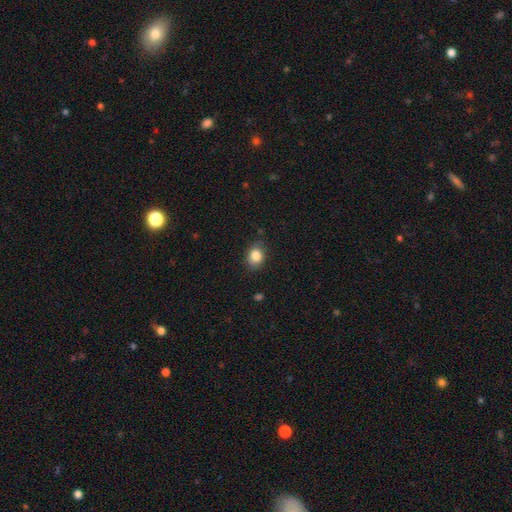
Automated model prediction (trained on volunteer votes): Overall: smooth (83%). How rounded: in between (56%; round 43%). Merging: none (80%).